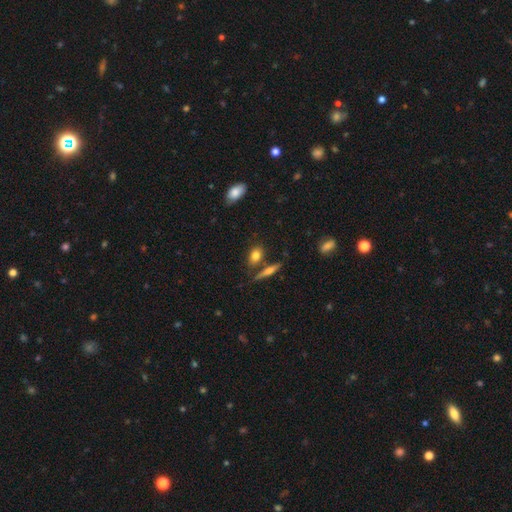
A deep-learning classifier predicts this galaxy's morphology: This appears to be a smooth galaxy with no disk features (75%) that is in between round and cigar-shaped (68%). Merging: none (69%).